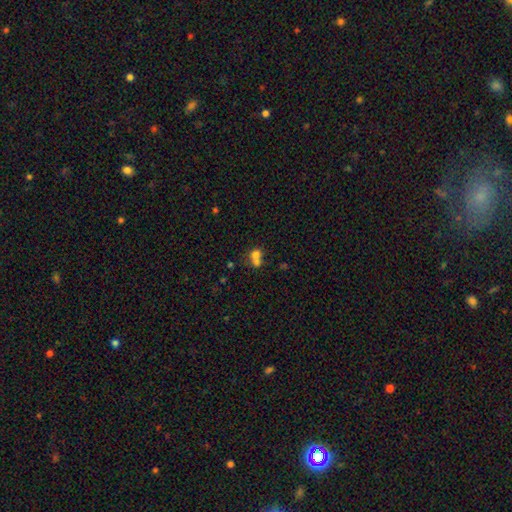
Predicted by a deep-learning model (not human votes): A smooth galaxy with no disk features (70%) that is round (65%). Merging: merger (62%).